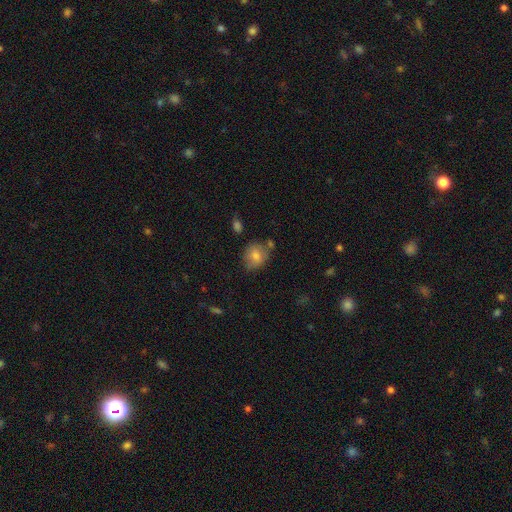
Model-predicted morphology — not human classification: Smooth or featured?
  - smooth: 77% *
  - featured or disk: 14%
  - star or artifact: 9%
How rounded?
  - round: 65% *
  - in between: 34%
  - cigar-shaped: 1%
Merging?
  - none: 68% *
  - minor disturbance: 20%
  - merger: 8%
  - major disturbance: 4%